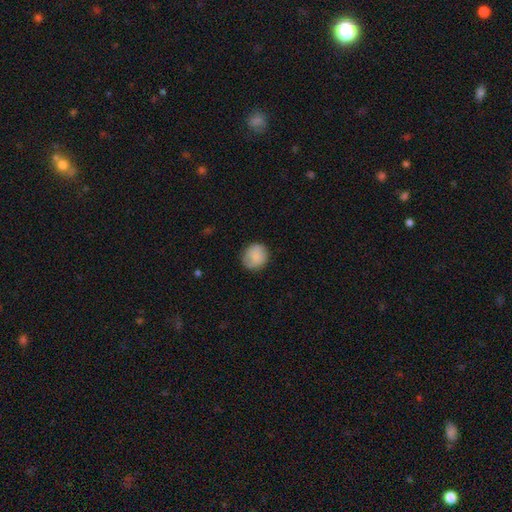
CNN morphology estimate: A smooth galaxy with no disk features (82%) that is round (81%). Merging: none (81%).